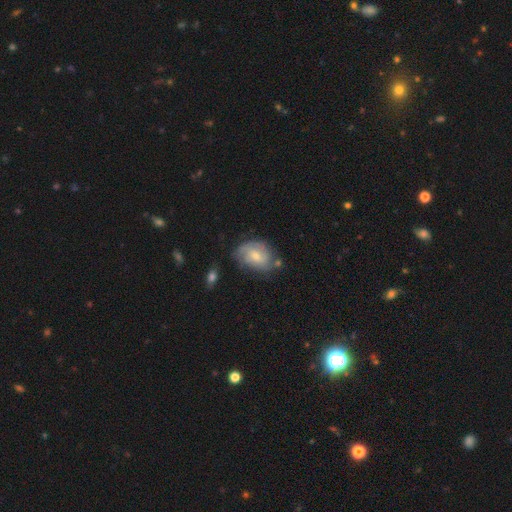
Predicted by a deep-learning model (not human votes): Smooth or featured: featured or disk — 48% (smooth — 45%)
Merging: none — 57% (minor disturbance — 27%)